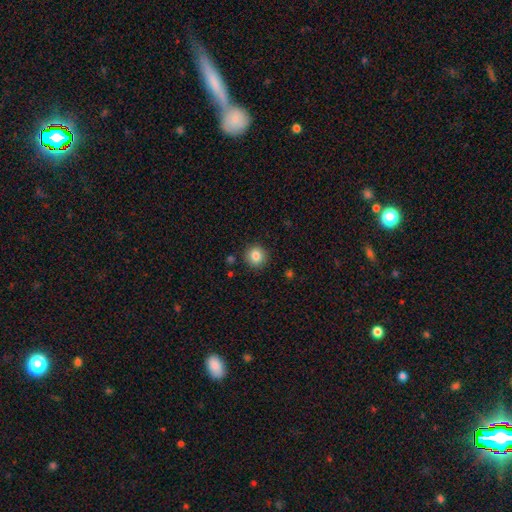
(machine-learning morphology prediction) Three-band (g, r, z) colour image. It shows a smooth galaxy with no disk features (84%) that is round (93%). Merging: none (90%).